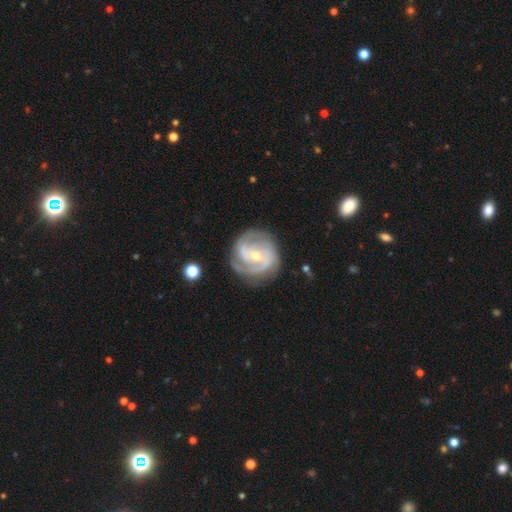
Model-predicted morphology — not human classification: smooth_or_featured: featured or disk (p=0.88) [alt: smooth p=0.08]
disk_edge_on: no (p=0.98) [alt: yes p=0.02]
bar: weak (p=0.43) [alt: no p=0.40]
has_spiral_arms: yes (p=0.96) [alt: no p=0.04]
spiral_winding: tight (p=0.49) [alt: medium p=0.41]
spiral_arm_count: 2 (p=0.47) [alt: 3 p=0.27]
bulge_size: small (p=0.54) [alt: moderate p=0.43]
merging: none (p=0.75) [alt: minor disturbance p=0.16]